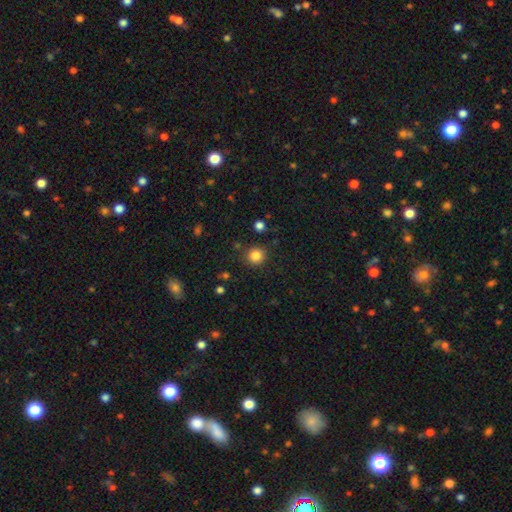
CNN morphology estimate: Smooth or featured: smooth — 84% (star or artifact — 12%)
How rounded: round — 92% (in between — 7%)
Merging: none — 88% (minor disturbance — 7%)